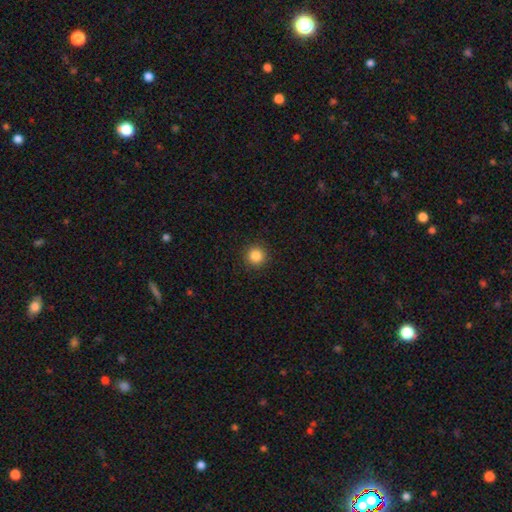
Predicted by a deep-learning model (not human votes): Overall: smooth (85%). How rounded: round (95%). Merging: none (92%).